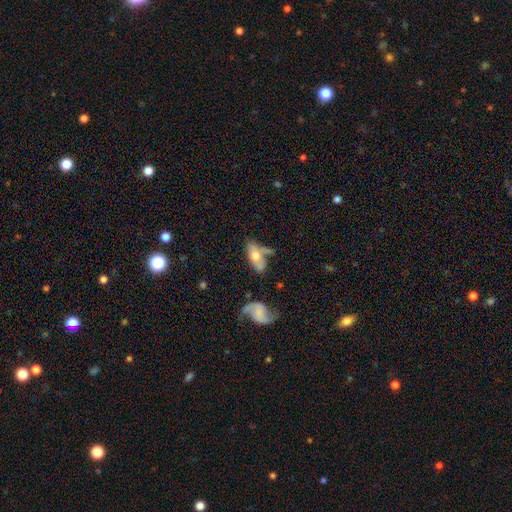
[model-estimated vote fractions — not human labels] smooth-or-featured: smooth: 55% | featured or disk: 38% | star or artifact: 7%
  how-rounded: in between: 84% | cigar-shaped: 12% | round: 4%
  merging: none: 36% | minor disturbance: 25% | merger: 24% | major disturbance: 16%